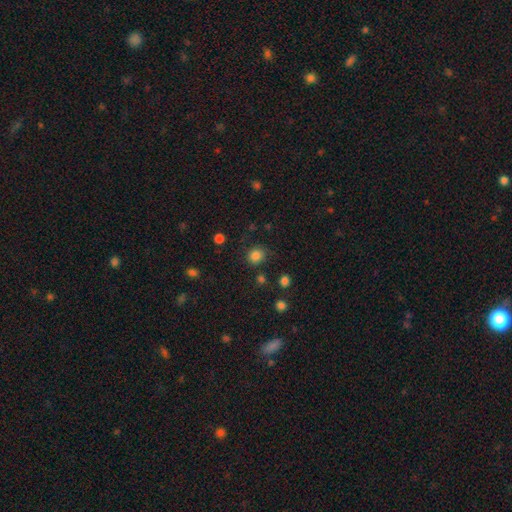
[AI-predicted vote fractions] A smooth galaxy with no disk features (83%) that is round (83%). Merging: none (82%).